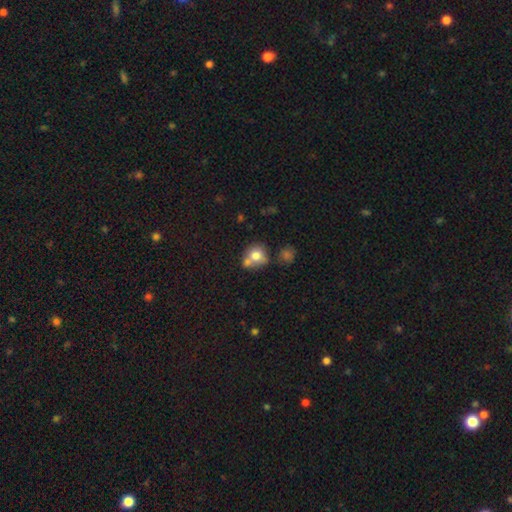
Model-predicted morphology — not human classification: Smooth or featured? Predicted: smooth (p=0.74). How rounded? Predicted: round (p=0.76). Merging? Predicted: none (p=0.43).